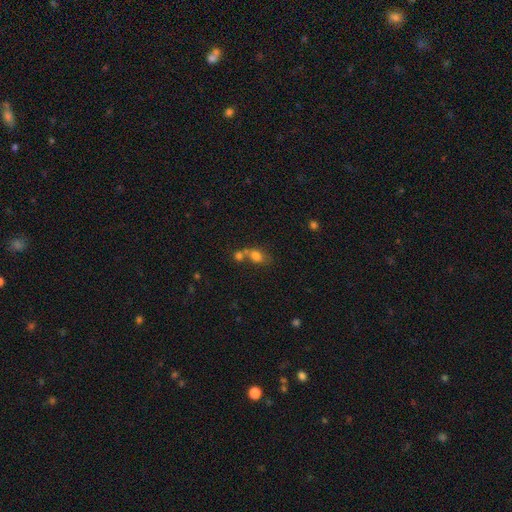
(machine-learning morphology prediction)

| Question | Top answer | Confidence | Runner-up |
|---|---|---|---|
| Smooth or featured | smooth | 76% | star or artifact (12%) |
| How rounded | in between | 60% | round (38%) |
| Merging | merger | 50% | none (33%) |